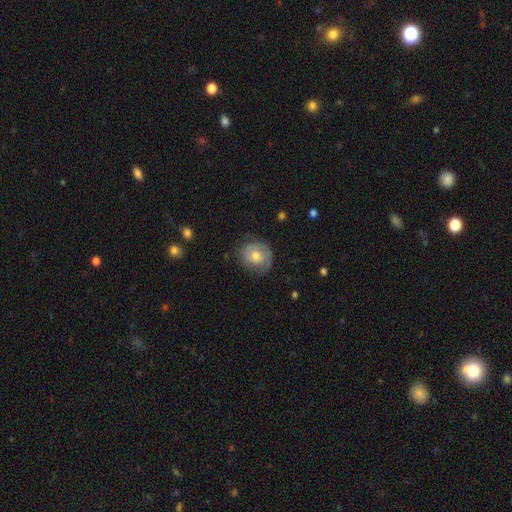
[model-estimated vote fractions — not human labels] Morphology: type=featured or disk (50%); merging=none (68%).